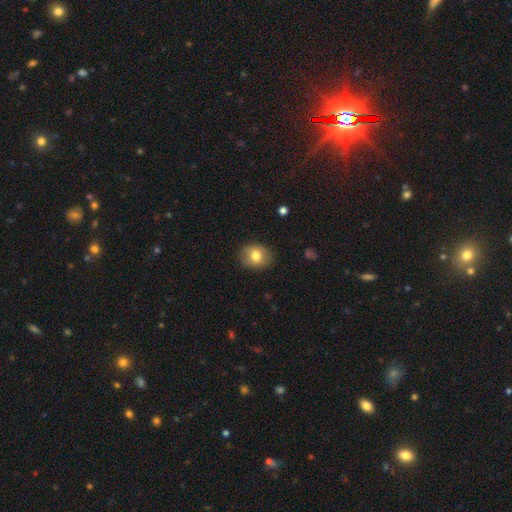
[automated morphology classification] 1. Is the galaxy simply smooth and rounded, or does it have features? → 78% smooth, 13% featured or disk, 9% star or artifact.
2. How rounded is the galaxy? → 58% round, 41% in between, 1% cigar-shaped.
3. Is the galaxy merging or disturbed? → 85% none, 11% minor disturbance, 3% major disturbance, 1% merger.